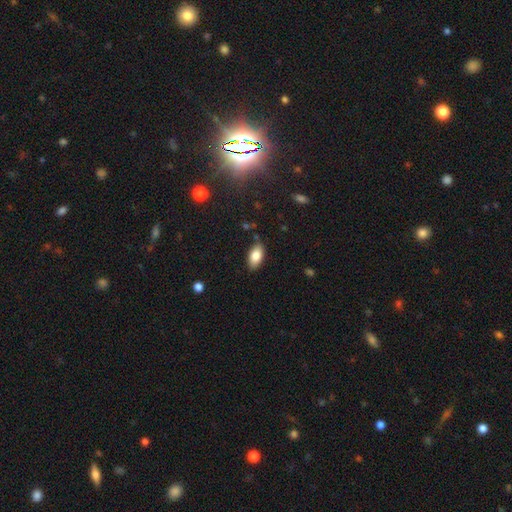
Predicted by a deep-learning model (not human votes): This is clearly a smooth galaxy (83%). How rounded: clearly in between (92%). Merging: clearly none (85%).